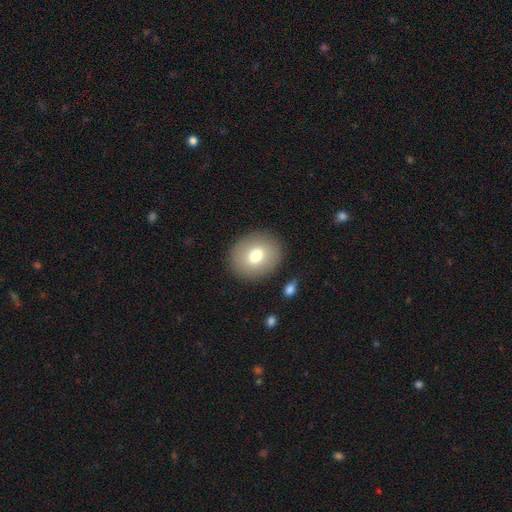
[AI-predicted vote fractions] smooth 73%, featured or disk 18%, star or artifact 9%. Down the decision tree: how rounded — round (70%); merging — none (88%).